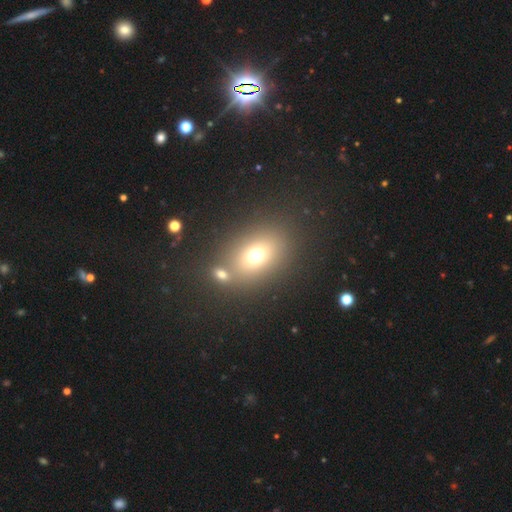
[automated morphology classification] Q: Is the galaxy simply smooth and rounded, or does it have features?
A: smooth — 69%.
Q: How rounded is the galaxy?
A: in between — 57%.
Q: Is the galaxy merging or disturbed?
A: none — 58%.